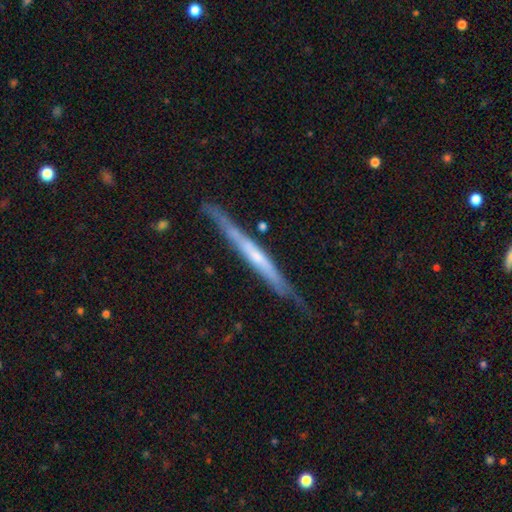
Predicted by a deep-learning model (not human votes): Morphology: type=featured or disk (66%); edge-on=yes (94%); edge-on bulge=none (64%); merging=none (74%).